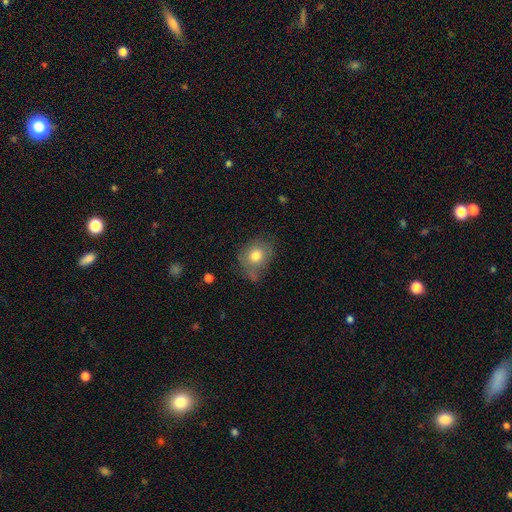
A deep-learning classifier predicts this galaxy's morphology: Smooth or featured?
  - smooth: 75% *
  - featured or disk: 16%
  - star or artifact: 9%
How rounded?
  - round: 61% *
  - in between: 38%
  - cigar-shaped: 1%
Merging?
  - none: 53% *
  - minor disturbance: 29%
  - major disturbance: 12%
  - merger: 6%